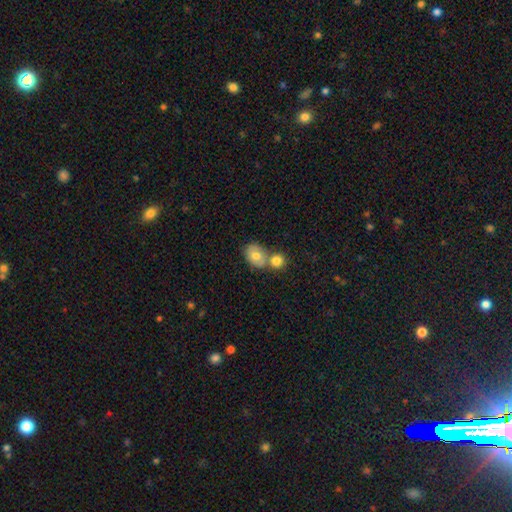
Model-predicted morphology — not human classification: Smooth or featured? Predicted: smooth (p=0.75). How rounded? Predicted: in between (p=0.64). Merging? Predicted: merger (p=0.47).